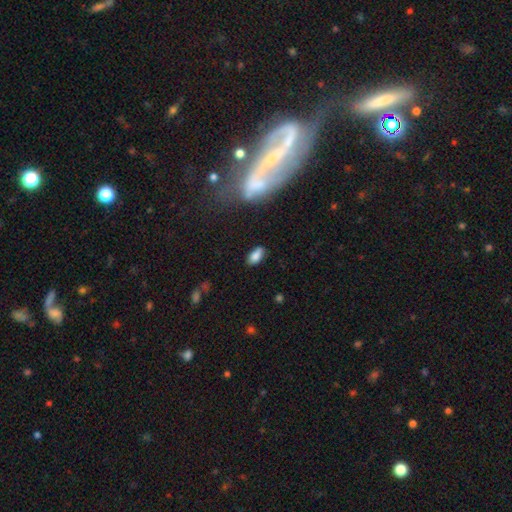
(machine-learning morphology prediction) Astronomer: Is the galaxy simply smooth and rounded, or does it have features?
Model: smooth — 84%.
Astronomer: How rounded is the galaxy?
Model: in between — 91%.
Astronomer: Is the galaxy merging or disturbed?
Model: none — 81%.